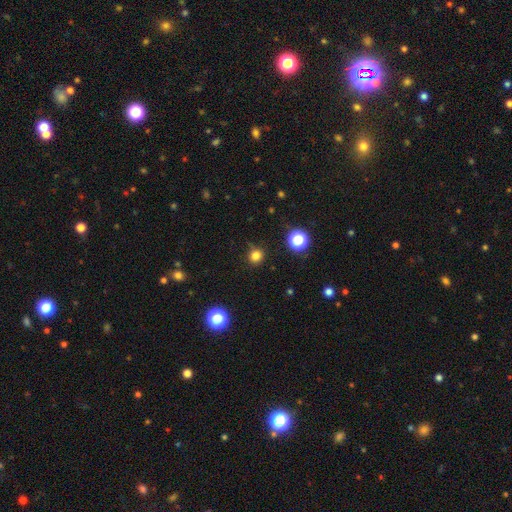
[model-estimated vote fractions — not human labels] Overall: smooth (80%). How rounded: round (92%). Merging: none (85%).